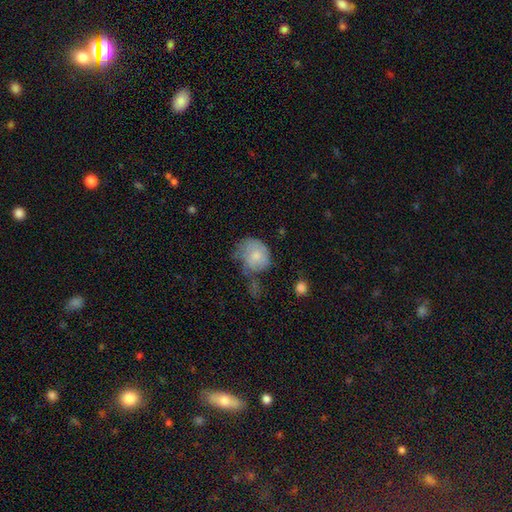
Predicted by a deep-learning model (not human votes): Smooth or featured? smooth (68%)
How rounded? round (61%)
Merging? major disturbance (32%)